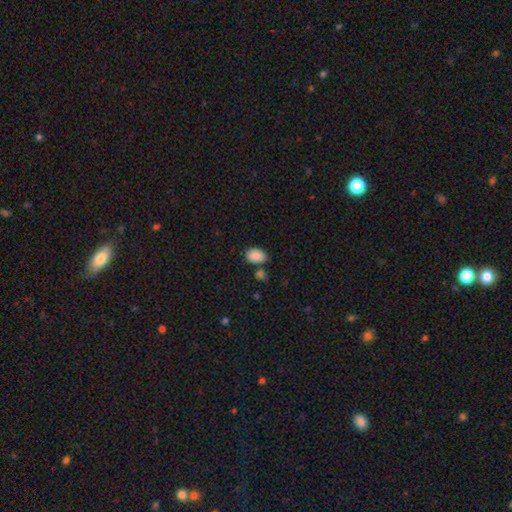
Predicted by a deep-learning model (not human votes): Overall: smooth (88%). How rounded: in between (79%). Merging: none (69%).